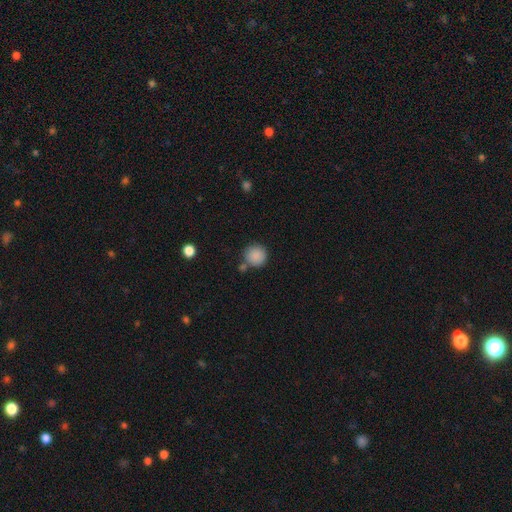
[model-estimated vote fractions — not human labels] Q: Smooth or featured?
A: smooth (88%); runner-up: star or artifact (8%)
Q: How rounded?
A: round (93%); runner-up: in between (6%)
Q: Merging?
A: none (74%); runner-up: merger (12%)